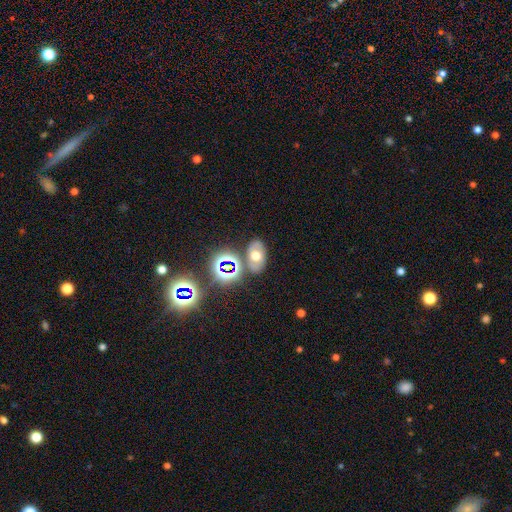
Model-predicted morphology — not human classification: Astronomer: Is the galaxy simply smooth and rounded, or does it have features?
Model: smooth — 46% (runner-up: featured or disk, 33%).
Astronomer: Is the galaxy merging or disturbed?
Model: none — 75%.